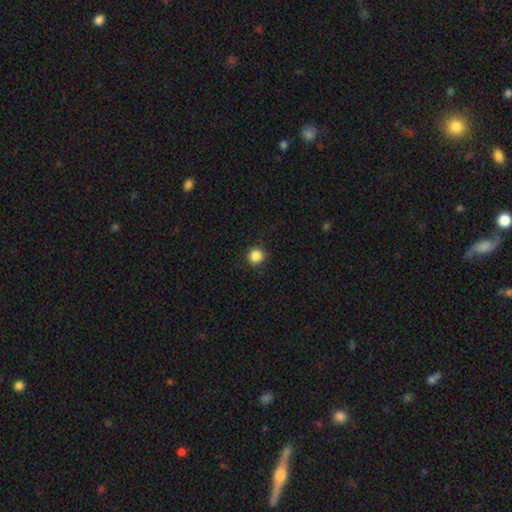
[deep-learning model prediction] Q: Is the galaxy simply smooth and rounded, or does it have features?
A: smooth — 86%.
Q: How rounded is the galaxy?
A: round — 94%.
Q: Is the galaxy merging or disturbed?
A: none — 90%.